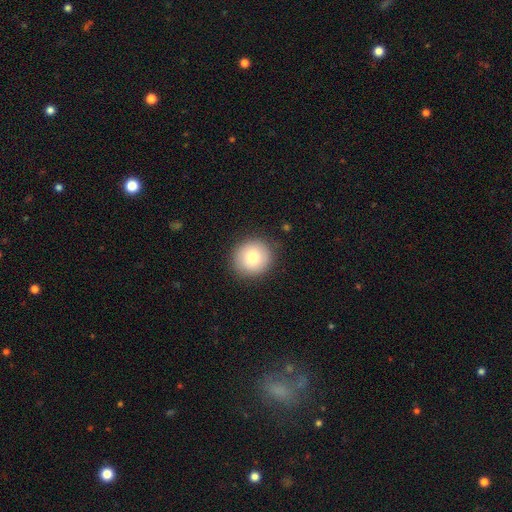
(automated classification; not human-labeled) Overall: smooth (83%). How rounded: round (90%). Merging: none (88%).